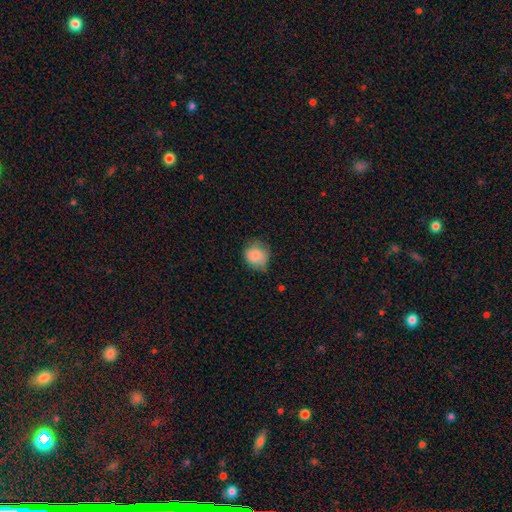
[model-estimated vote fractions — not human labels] This is clearly a smooth galaxy (82%). How rounded: clearly round (82%). Merging: likely none (62%).